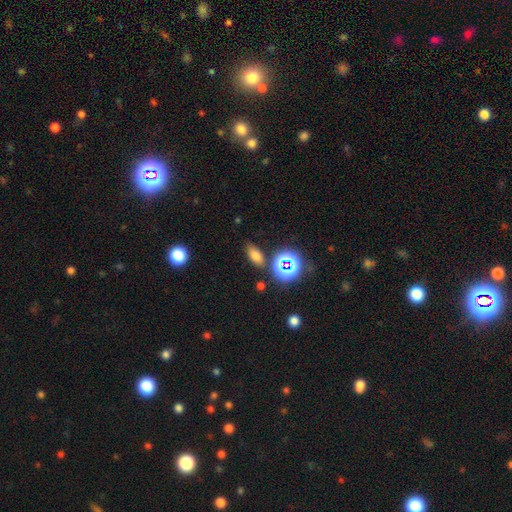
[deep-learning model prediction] This appears to be a smooth galaxy with no disk features (69%) that is in between round and cigar-shaped (81%). Merging: none (80%).